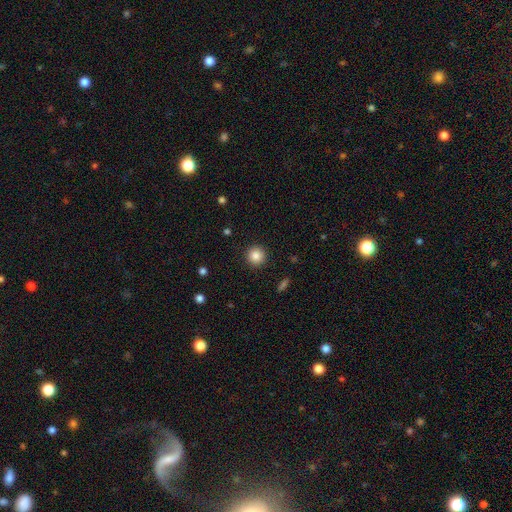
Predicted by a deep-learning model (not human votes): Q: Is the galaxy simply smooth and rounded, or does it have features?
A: smooth — 84%.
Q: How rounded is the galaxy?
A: round — 95%.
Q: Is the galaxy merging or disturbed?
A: none — 92%.